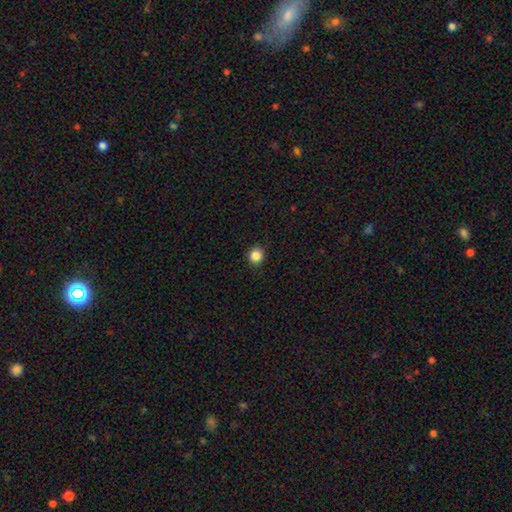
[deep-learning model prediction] smooth 85%, star or artifact 11%, featured or disk 4%. Down the decision tree: how rounded — round (81%); merging — none (90%).